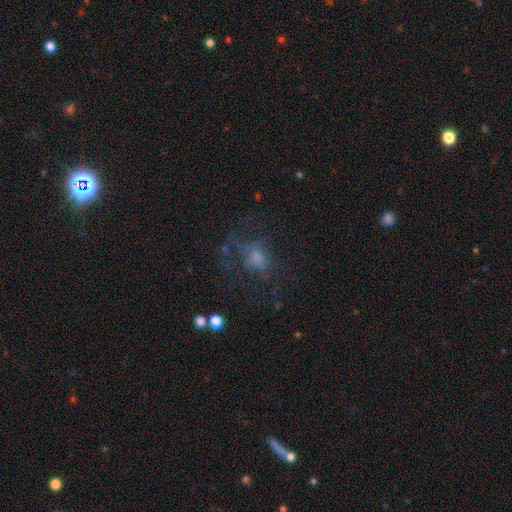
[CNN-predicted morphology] Smooth or featured? Predicted: featured or disk (p=0.35). Merging? Predicted: none (p=0.56).